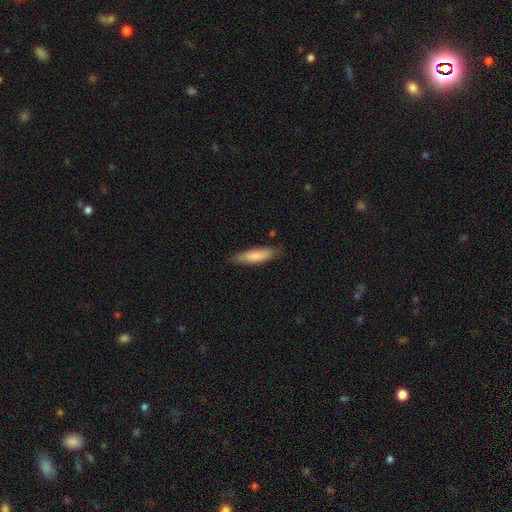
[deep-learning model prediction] This appears to be a smooth galaxy with no disk features (81%) that is cigar-shaped (61%). Merging: none (80%).